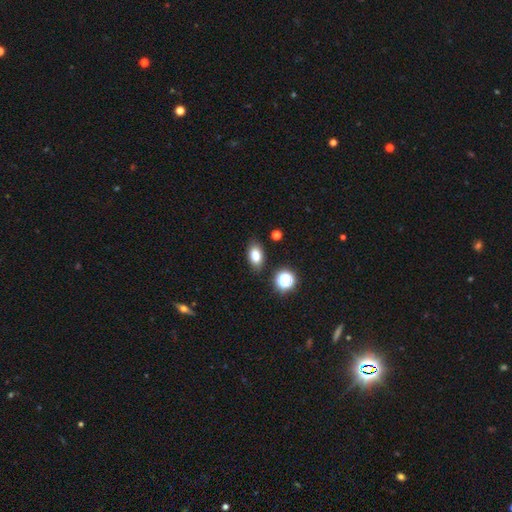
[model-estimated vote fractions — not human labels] Smooth or featured: smooth — 81% (star or artifact — 12%)
How rounded: in between — 86% (round — 11%)
Merging: none — 84% (minor disturbance — 10%)